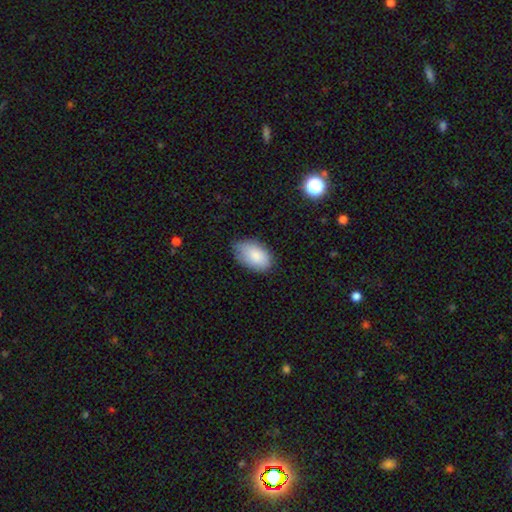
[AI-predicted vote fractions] A smooth galaxy with no disk features (85%) that is in between round and cigar-shaped (93%). Merging: none (68%).